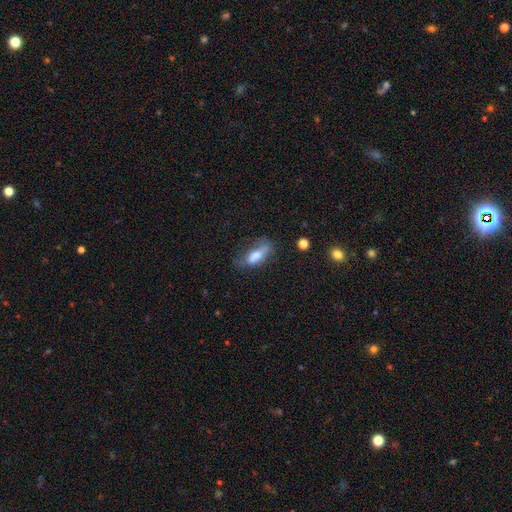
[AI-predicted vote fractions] A smooth galaxy with no disk features (65%) that is in between round and cigar-shaped (63%).

Vote fractions:
- Smooth or featured? smooth: 65% / featured or disk: 26% / star or artifact: 9%
- How rounded? in between: 63% / cigar-shaped: 34% / round: 3%
- Merging? none: 49% / minor disturbance: 30% / major disturbance: 18% / merger: 4%